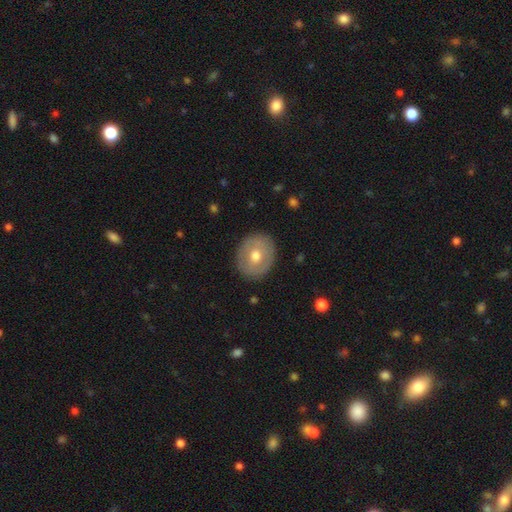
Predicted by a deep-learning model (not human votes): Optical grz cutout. It shows a smooth galaxy with no disk features (55%) that is round (69%). Merging: none (87%).